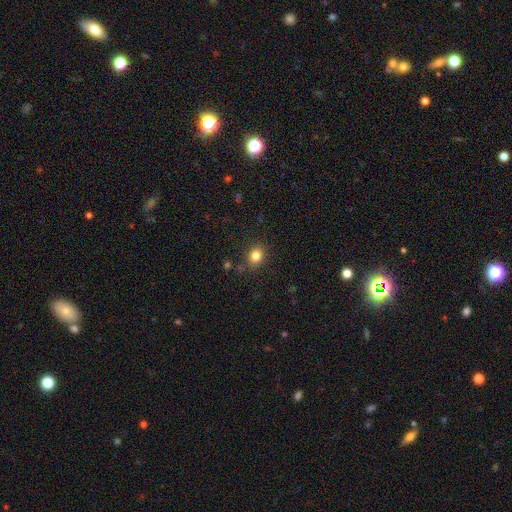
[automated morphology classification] A smooth galaxy with no disk features (82%) that is round (59%).

Vote fractions:
- Smooth or featured? smooth: 82% / star or artifact: 12% / featured or disk: 6%
- How rounded? round: 59% / in between: 40% / cigar-shaped: 1%
- Merging? none: 84% / minor disturbance: 10% / major disturbance: 3% / merger: 3%